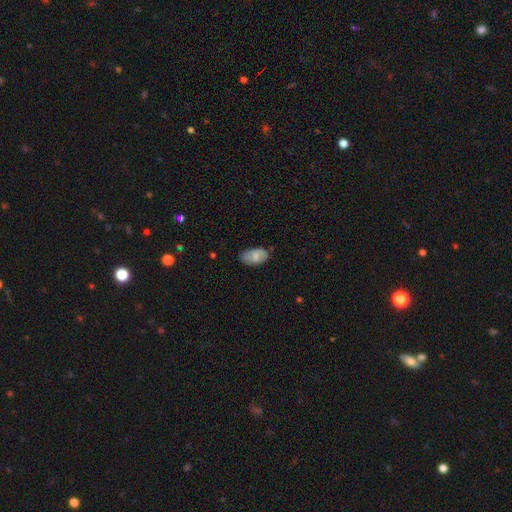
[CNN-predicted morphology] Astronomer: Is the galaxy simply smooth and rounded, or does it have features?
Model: smooth — 70%.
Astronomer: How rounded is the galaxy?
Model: in between — 94%.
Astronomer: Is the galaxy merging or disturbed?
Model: none — 75%.